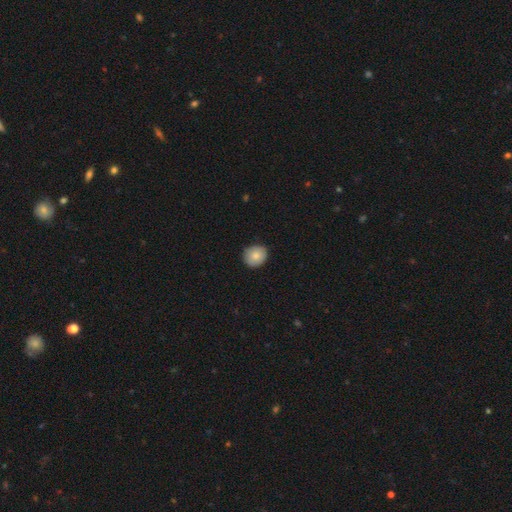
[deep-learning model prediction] A smooth galaxy with no disk features (83%) that is round (81%). Merging: none (85%).